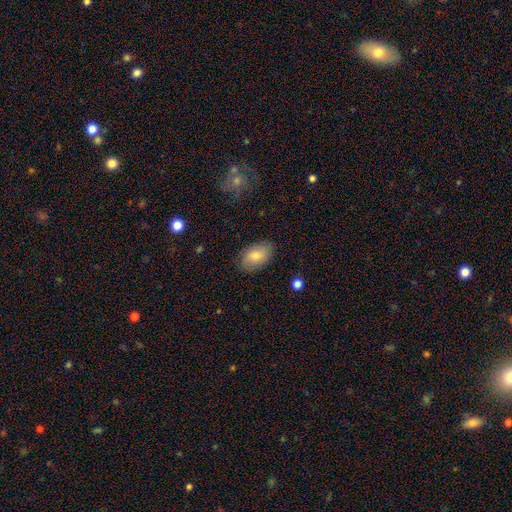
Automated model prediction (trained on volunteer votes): Smooth or featured: smooth — 80% (featured or disk — 13%)
How rounded: in between — 92% (round — 6%)
Merging: none — 86% (minor disturbance — 11%)